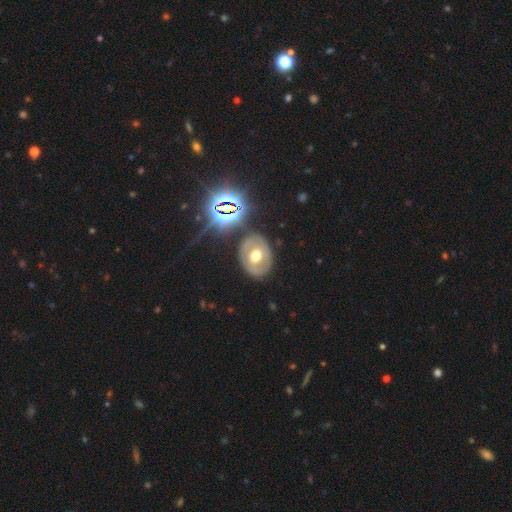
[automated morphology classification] smooth_or_featured: featured or disk (p=0.50) [alt: smooth p=0.37]
merging: none (p=0.79) [alt: minor disturbance p=0.12]